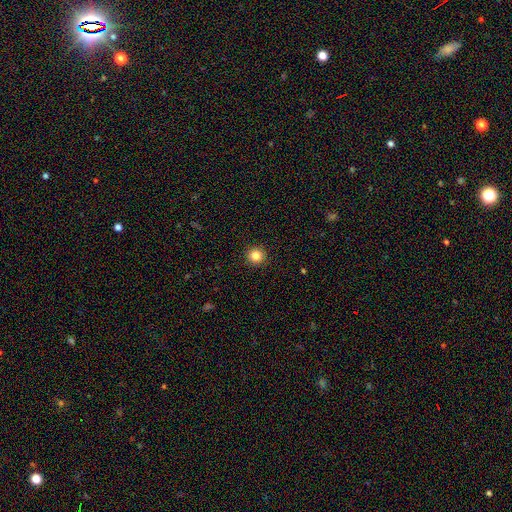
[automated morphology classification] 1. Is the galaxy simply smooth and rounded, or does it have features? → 84% smooth, 11% star or artifact, 5% featured or disk.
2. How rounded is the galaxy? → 95% round, 4% in between, 1% cigar-shaped.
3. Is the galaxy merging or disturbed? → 93% none, 4% minor disturbance, 2% major disturbance, 1% merger.